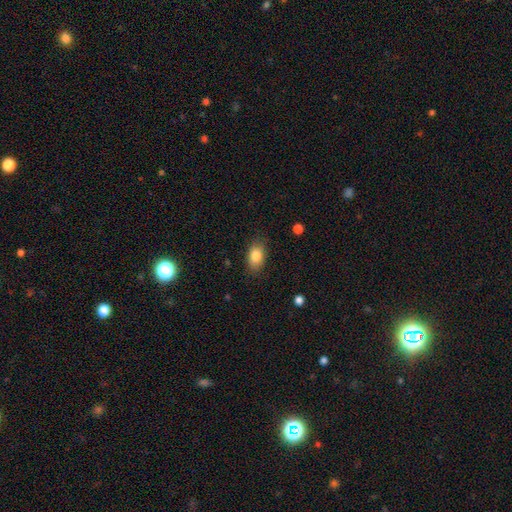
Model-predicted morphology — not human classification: A smooth galaxy with no disk features (83%) that is in between round and cigar-shaped (87%). Merging: none (83%).